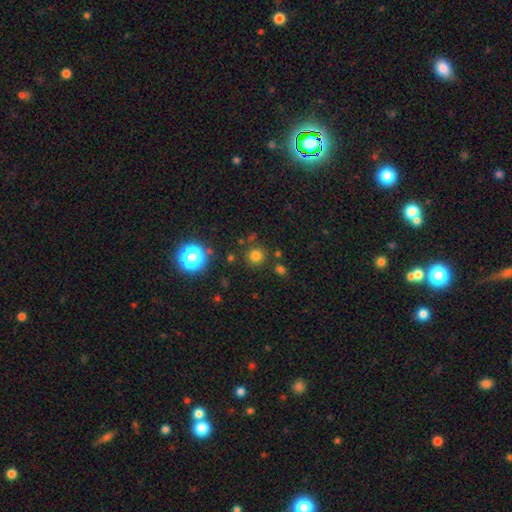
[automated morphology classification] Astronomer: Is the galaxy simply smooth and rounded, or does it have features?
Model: smooth — 74%.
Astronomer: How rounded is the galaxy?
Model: round — 93%.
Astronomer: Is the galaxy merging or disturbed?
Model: none — 84%.